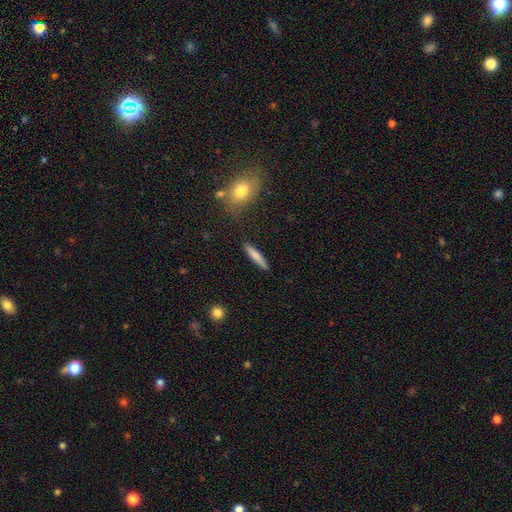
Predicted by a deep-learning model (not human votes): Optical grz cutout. It shows a smooth galaxy with no disk features (76%) that is cigar-shaped (90%). Merging: none (88%).